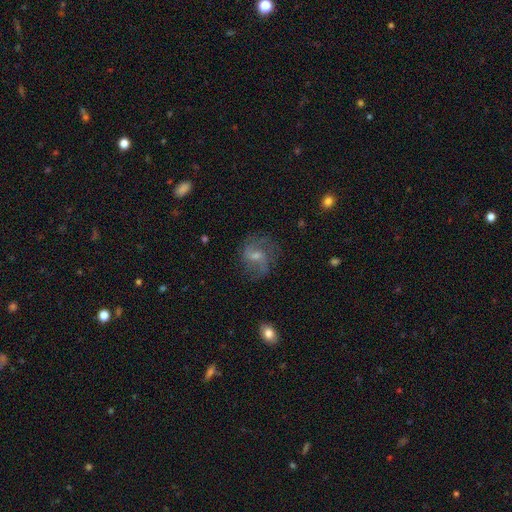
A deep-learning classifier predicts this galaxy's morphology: Smooth or featured? Predicted: featured or disk (p=0.70). Edge-on disk? Predicted: no (p=0.97). Bar? Predicted: weak (p=0.52). Spiral arms? Predicted: yes (p=0.89). Spiral winding? Predicted: medium (p=0.46). Spiral arm count? Predicted: 2 (p=0.62). Bulge size? Predicted: small (p=0.49). Merging? Predicted: none (p=0.71).